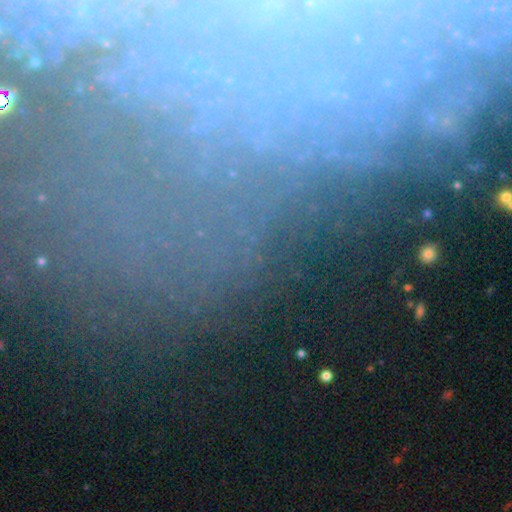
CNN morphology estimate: smooth-or-featured: star or artifact: 58% | featured or disk: 25% | smooth: 17%